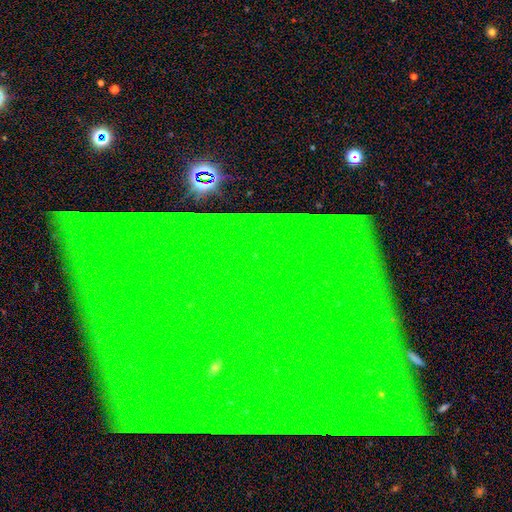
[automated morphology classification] Smooth or featured? star or artifact (83%)